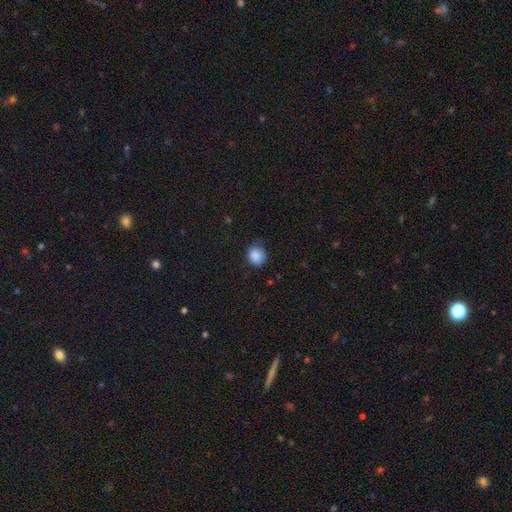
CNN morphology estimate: The model was most divided on "merging": none: 63%, minor disturbance: 29%, major disturbance: 7%, merger: 1%. More confident: smooth or featured — smooth (87%); how rounded — round (70%).